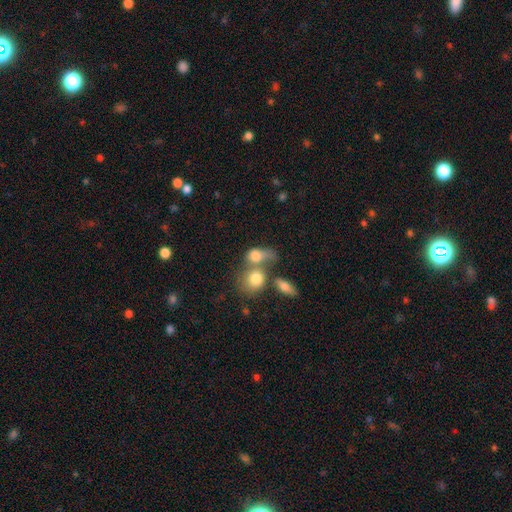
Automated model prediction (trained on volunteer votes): This is likely a smooth galaxy (75%). How rounded: possibly in between (53%). Merging: likely merger (62%).